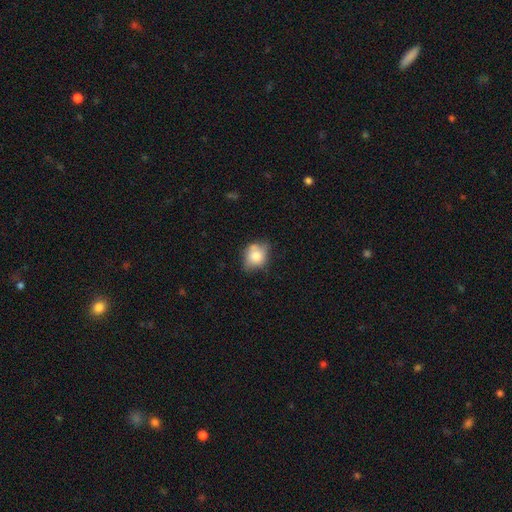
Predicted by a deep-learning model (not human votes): Morphology: type=smooth (76%); roundness=round (60%); merging=none (57%).